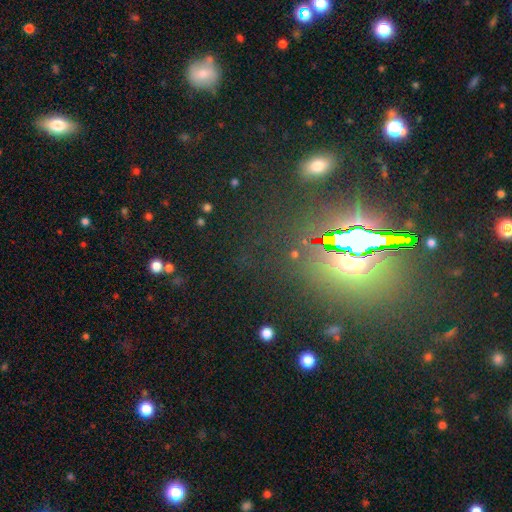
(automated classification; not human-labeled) This appears to be a star or artifact, not a galaxy (82%).